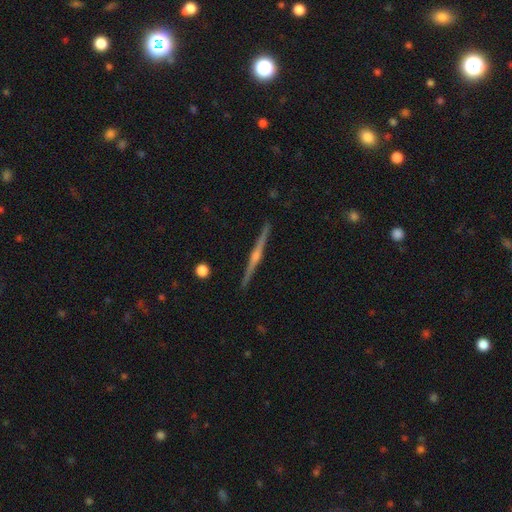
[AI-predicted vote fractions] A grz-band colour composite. It shows a featured or disk galaxy (83%) viewed edge-on (98%) with a rounded central bulge (85%). Merging: none (92%).